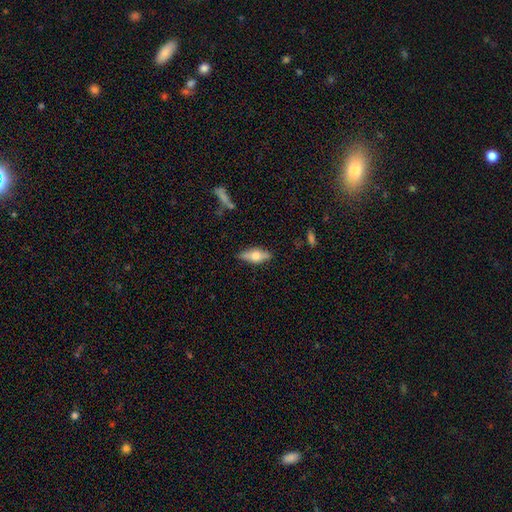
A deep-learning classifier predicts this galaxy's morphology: The model was most divided on "smooth or featured": smooth: 52%, featured or disk: 42%, star or artifact: 7%. More confident: merging — none (83%); how rounded — in between (61%).